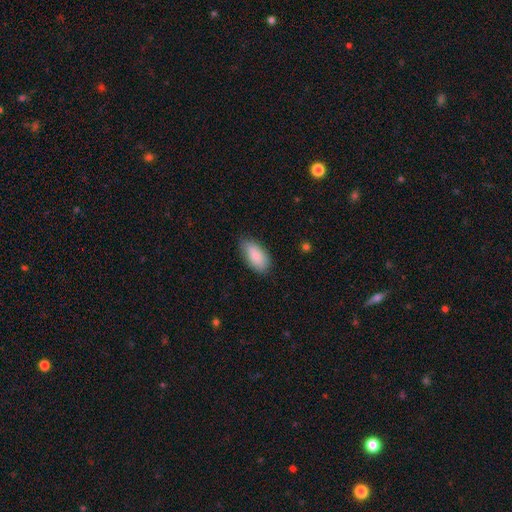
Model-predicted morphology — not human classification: Smooth or featured? smooth (87%)
How rounded? in between (92%)
Merging? none (74%)